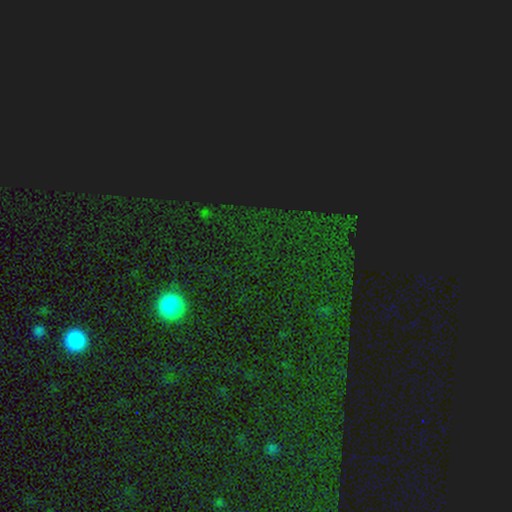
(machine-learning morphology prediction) Smooth or featured?
  - star or artifact: 76% *
  - smooth: 17%
  - featured or disk: 7%